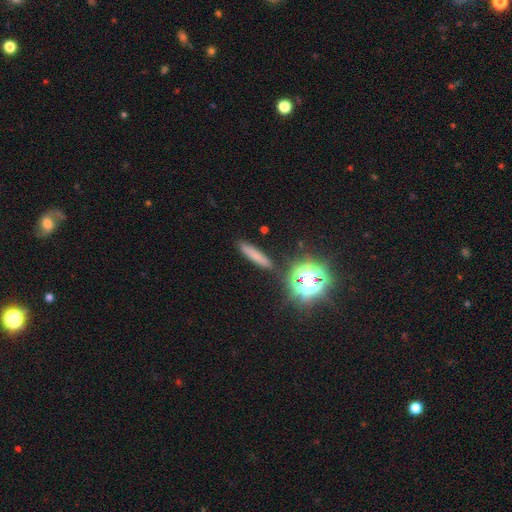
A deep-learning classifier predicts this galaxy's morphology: Overall: smooth (67%). How rounded: cigar-shaped (86%). Merging: none (87%).